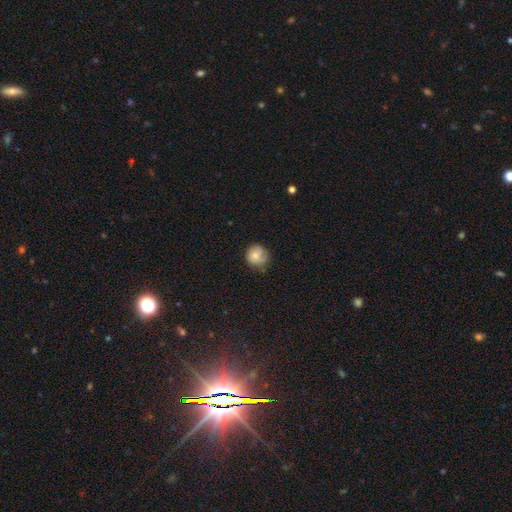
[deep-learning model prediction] This appears to be a smooth galaxy with no disk features (76%) that is round (88%). Merging: none (66%).